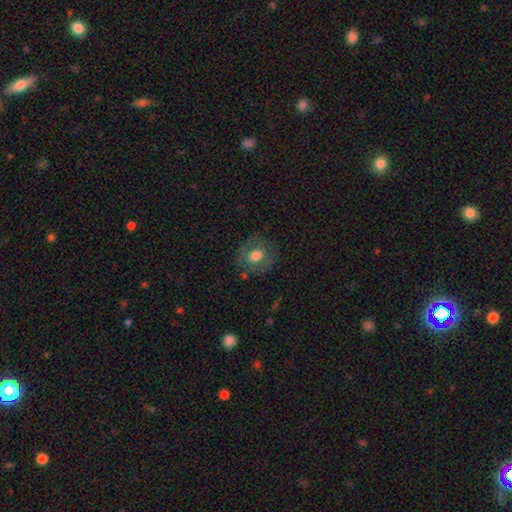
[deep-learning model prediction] The model was most divided on "how rounded": round: 64%, in between: 35%, cigar-shaped: 1%. More confident: merging — none (76%); smooth or featured — smooth (62%).